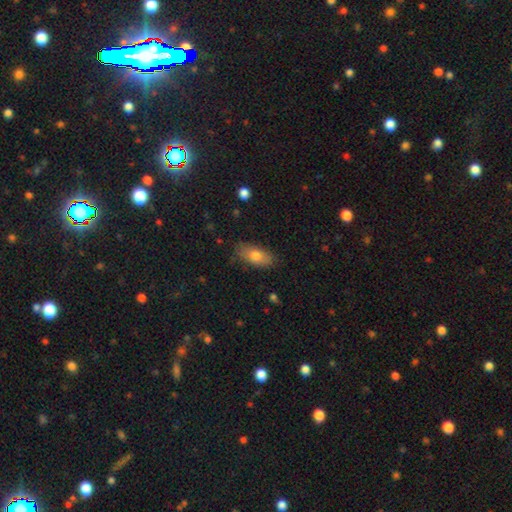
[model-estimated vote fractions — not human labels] smooth_or_featured: smooth (p=0.76) [alt: featured or disk p=0.17]
how_rounded: in between (p=0.86) [alt: cigar-shaped p=0.09]
merging: none (p=0.80) [alt: minor disturbance p=0.15]